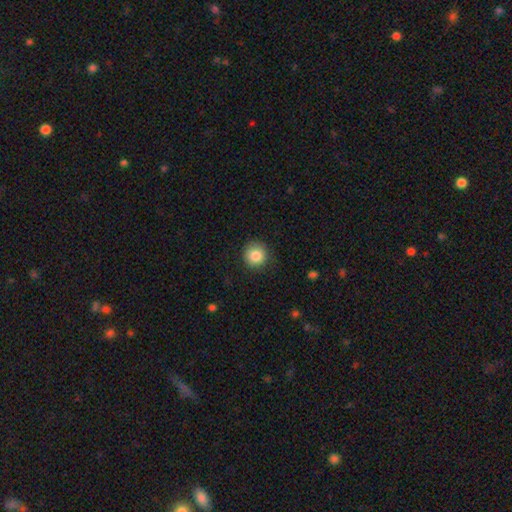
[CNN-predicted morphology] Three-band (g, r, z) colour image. It shows a smooth galaxy with no disk features (85%) that is round (94%). Merging: none (88%).